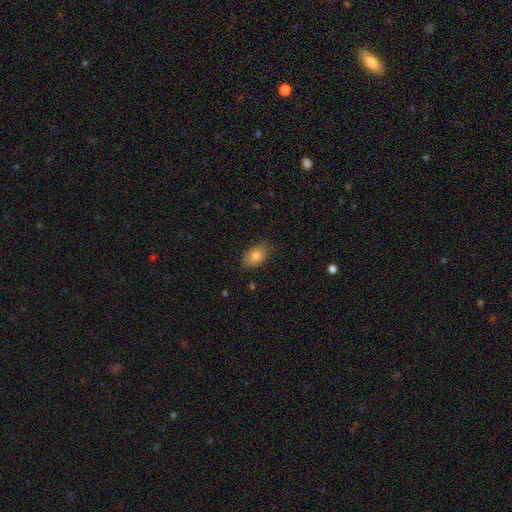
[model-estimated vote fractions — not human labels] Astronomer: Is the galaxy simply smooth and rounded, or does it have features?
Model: smooth — 82%.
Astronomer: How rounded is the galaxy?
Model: in between — 89%.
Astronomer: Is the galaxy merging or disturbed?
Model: none — 81%.